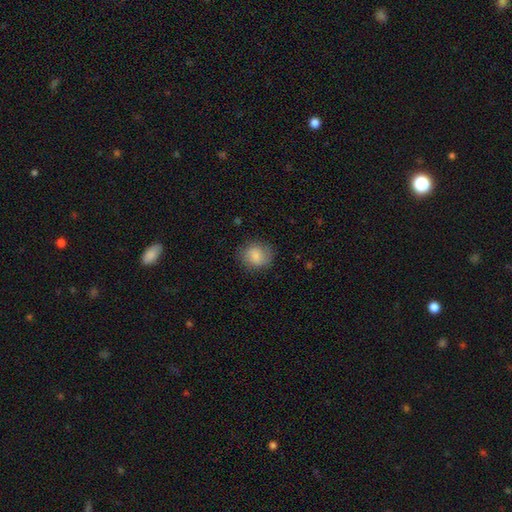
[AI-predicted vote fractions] This is clearly a smooth galaxy (83%). How rounded: likely round (78%). Merging: clearly none (80%).